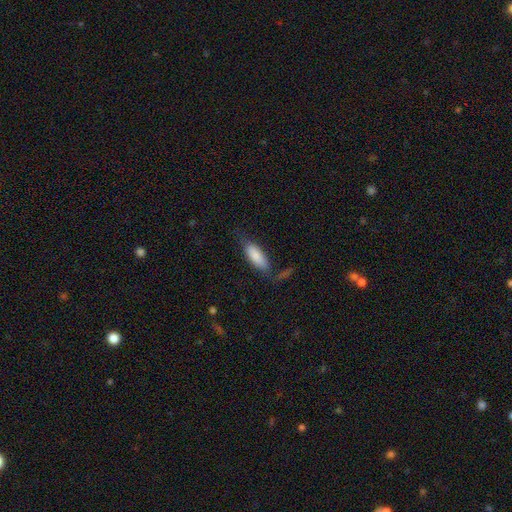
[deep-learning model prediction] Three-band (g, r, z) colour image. It shows a smooth galaxy with no disk features (82%) that is in between round and cigar-shaped (71%). Merging: none (59%).